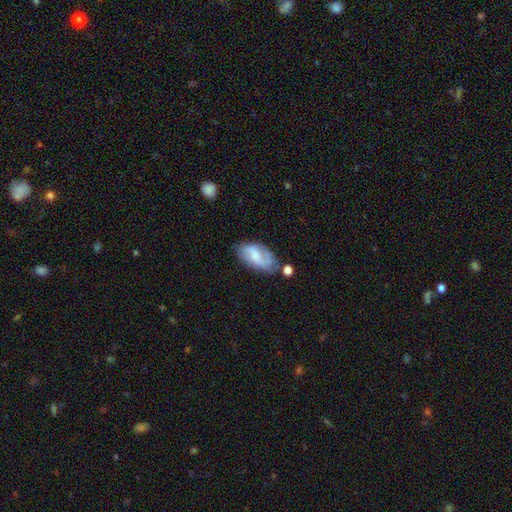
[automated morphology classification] This appears to be a featured or disk galaxy (49%). Merging: none (58%).